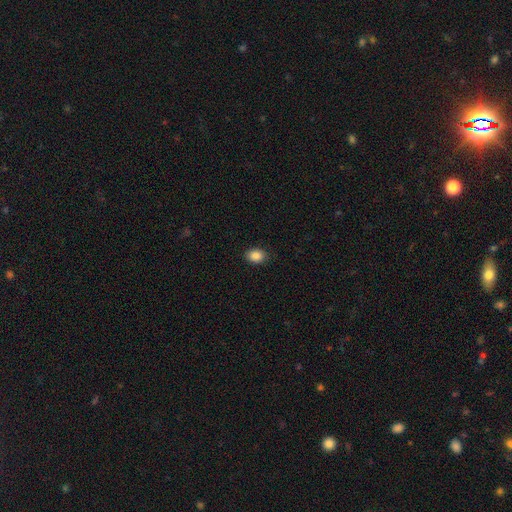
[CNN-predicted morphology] Smooth or featured?
  - smooth: 88% *
  - star or artifact: 9%
  - featured or disk: 4%
How rounded?
  - in between: 73% *
  - round: 26%
  - cigar-shaped: 1%
Merging?
  - none: 89% *
  - minor disturbance: 8%
  - major disturbance: 2%
  - merger: 1%